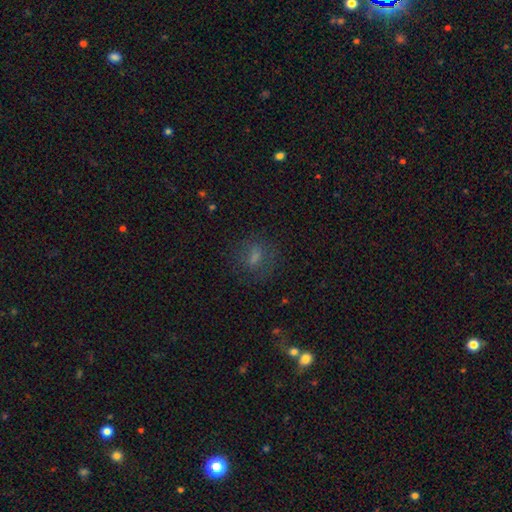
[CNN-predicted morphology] smooth 50%, star or artifact 30%, featured or disk 20%. Down the decision tree: how rounded — round (58%); merging — none (77%).